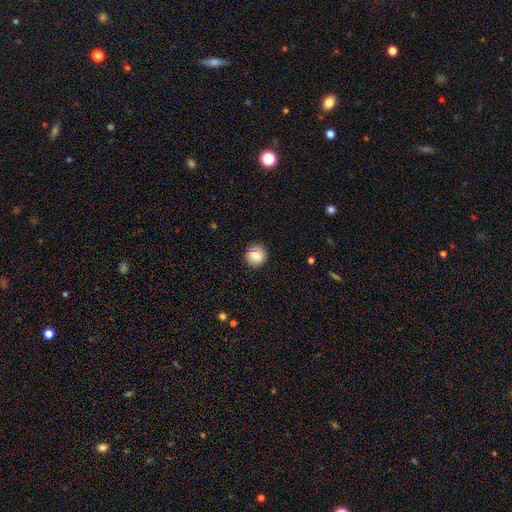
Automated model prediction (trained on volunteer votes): Q: Smooth or featured?
A: smooth (86%); runner-up: star or artifact (8%)
Q: How rounded?
A: round (89%); runner-up: in between (10%)
Q: Merging?
A: none (89%); runner-up: minor disturbance (8%)